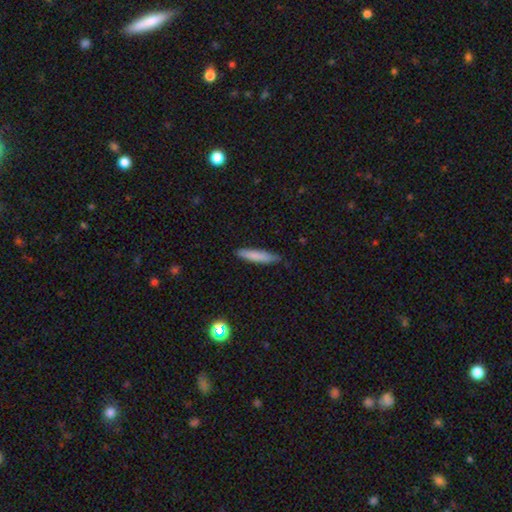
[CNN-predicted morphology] Smooth or featured?
  - smooth: 80% *
  - featured or disk: 13%
  - star or artifact: 7%
How rounded?
  - cigar-shaped: 89% *
  - in between: 9%
  - round: 1%
Merging?
  - none: 84% *
  - minor disturbance: 12%
  - major disturbance: 2%
  - merger: 1%